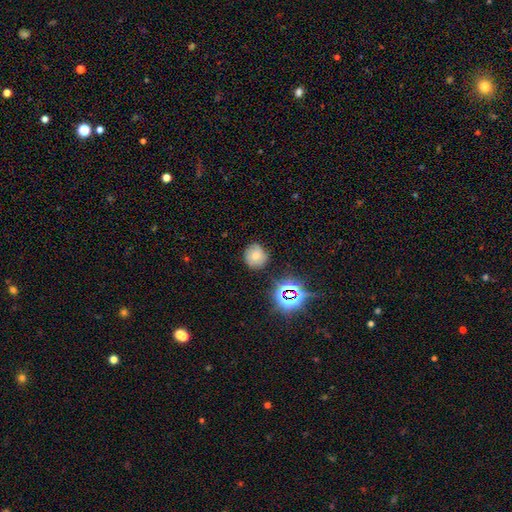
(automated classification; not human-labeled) Smooth or featured? Predicted: smooth (p=0.61). How rounded? Predicted: round (p=0.87). Merging? Predicted: none (p=0.77).